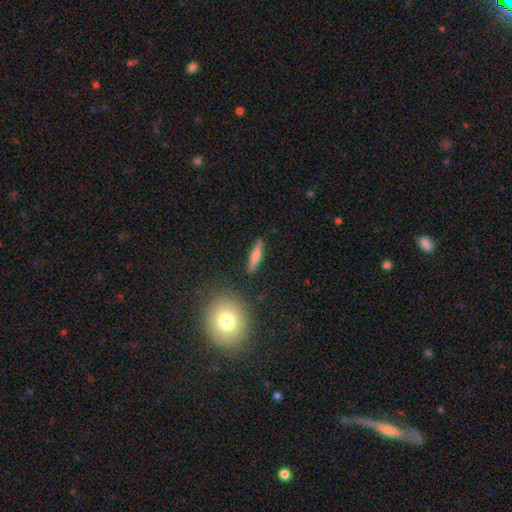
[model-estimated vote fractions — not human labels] Smooth or featured: smooth — 69% (featured or disk — 23%)
How rounded: cigar-shaped — 81% (in between — 16%)
Merging: none — 86% (minor disturbance — 10%)